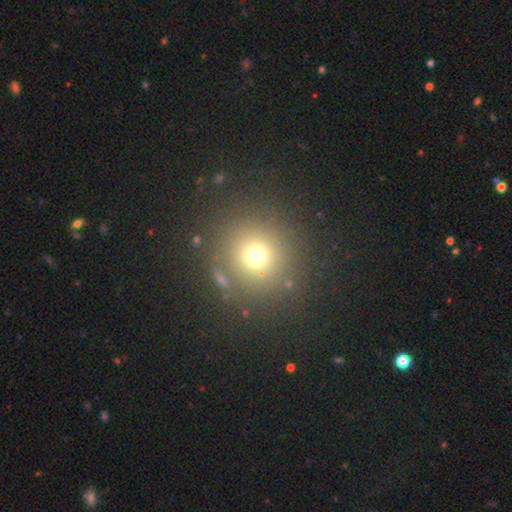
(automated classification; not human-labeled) This is likely a smooth galaxy (69%). How rounded: clearly round (94%). Merging: clearly none (84%).